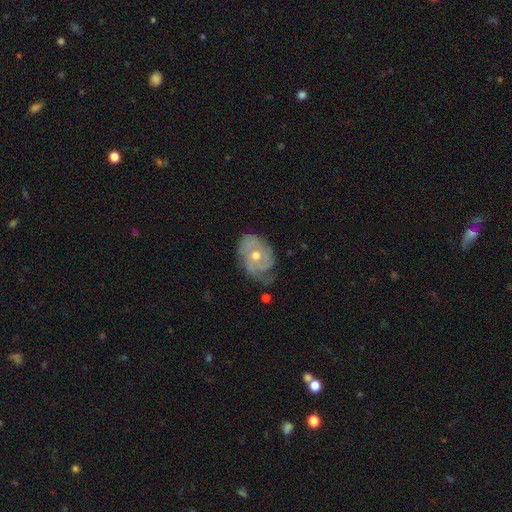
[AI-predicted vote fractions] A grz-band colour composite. It shows a featured or disk galaxy (74%) with no bar (79%), tight (57%) spiral arms (84%) and a moderate central bulge (66%). Merging: none (54%).